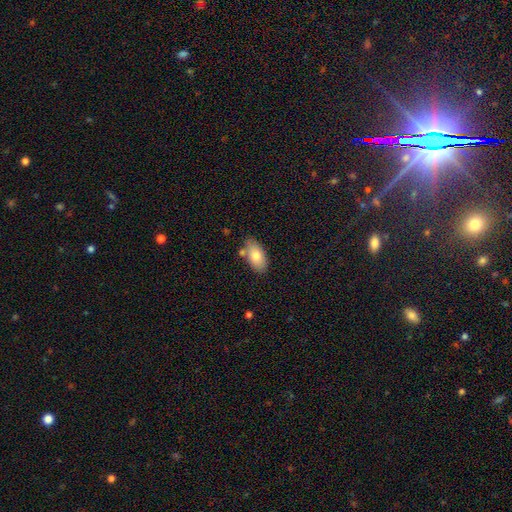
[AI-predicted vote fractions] A smooth galaxy with no disk features (77%) that is in between round and cigar-shaped (93%).

Vote fractions:
- Smooth or featured? smooth: 77% / featured or disk: 16% / star or artifact: 7%
- How rounded? in between: 93% / round: 5% / cigar-shaped: 3%
- Merging? none: 72% / minor disturbance: 15% / merger: 9% / major disturbance: 3%